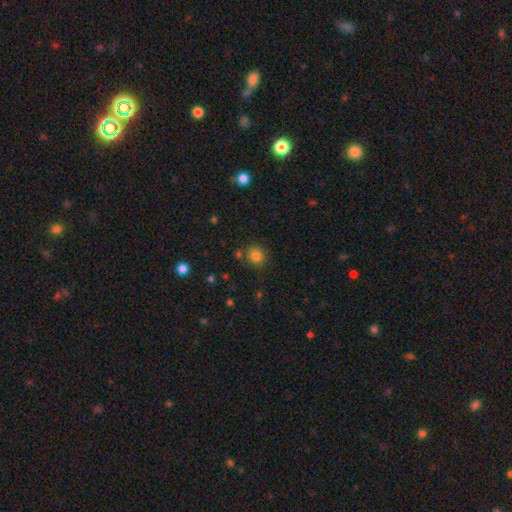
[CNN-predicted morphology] smooth-or-featured: smooth: 81% | star or artifact: 13% | featured or disk: 6%
  how-rounded: round: 78% | in between: 21% | cigar-shaped: 1%
  merging: none: 78% | minor disturbance: 12% | merger: 6% | major disturbance: 4%